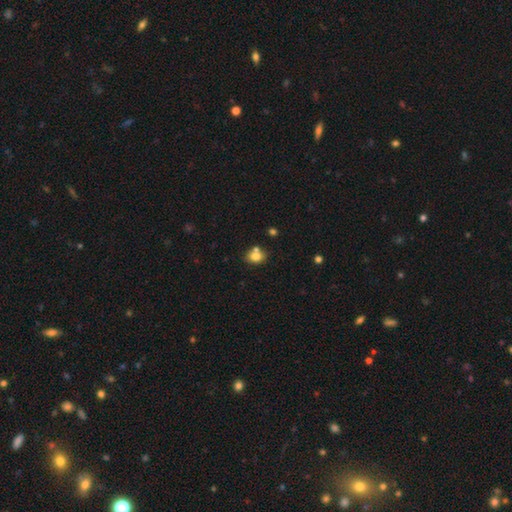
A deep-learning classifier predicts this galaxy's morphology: Smooth or featured? Predicted: smooth (p=0.78). How rounded? Predicted: in between (p=0.56). Merging? Predicted: none (p=0.57).